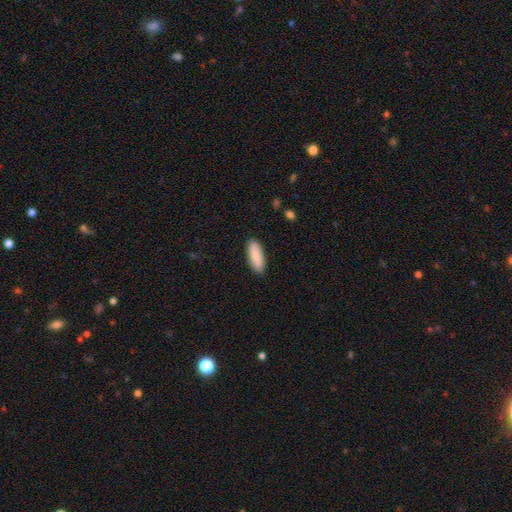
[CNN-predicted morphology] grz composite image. It shows a smooth galaxy with no disk features (89%) that is in between round and cigar-shaped (60%). Merging: none (90%).